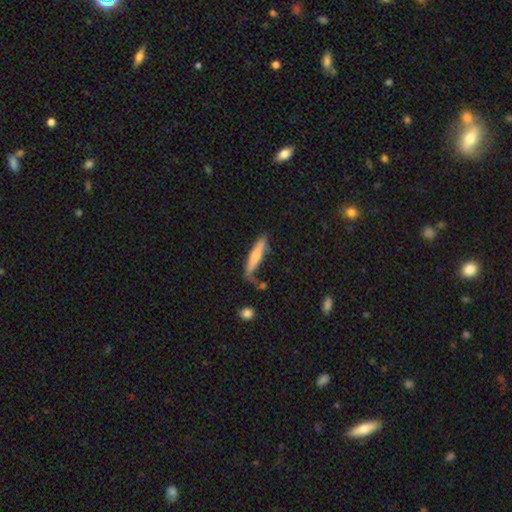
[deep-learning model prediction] This appears to be a smooth galaxy with no disk features (63%) that is cigar-shaped (86%). Merging: none (58%).